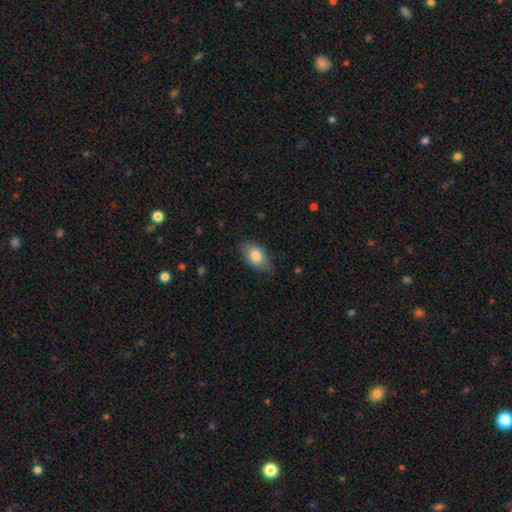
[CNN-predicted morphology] Smooth or featured?
  - smooth: 80% *
  - featured or disk: 13%
  - star or artifact: 7%
How rounded?
  - in between: 90% *
  - round: 7%
  - cigar-shaped: 2%
Merging?
  - none: 74% *
  - minor disturbance: 22%
  - major disturbance: 4%
  - merger: 1%